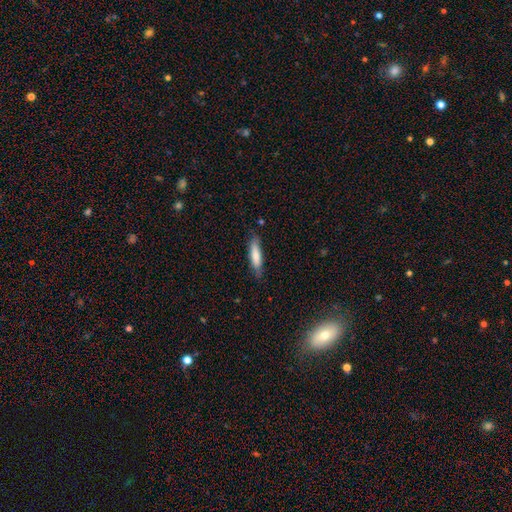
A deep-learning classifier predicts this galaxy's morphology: Overall: smooth (77%). How rounded: cigar-shaped (72%). Merging: none (77%).